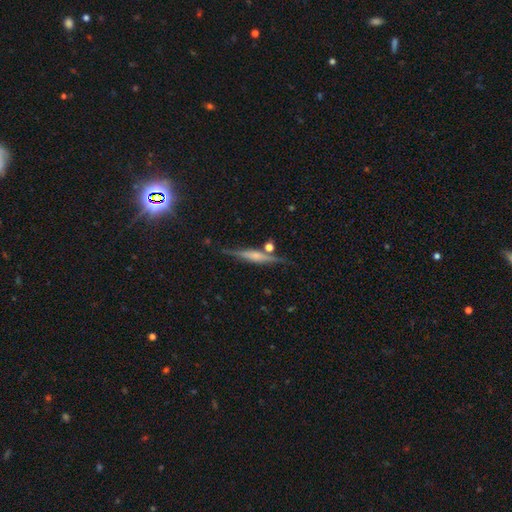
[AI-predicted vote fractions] Smooth or featured: featured or disk — 65% (smooth — 27%)
Edge-on disk: yes — 96% (no — 4%)
Edge-on bulge: rounded — 58% (none — 21%)
Merging: none — 80% (minor disturbance — 11%)